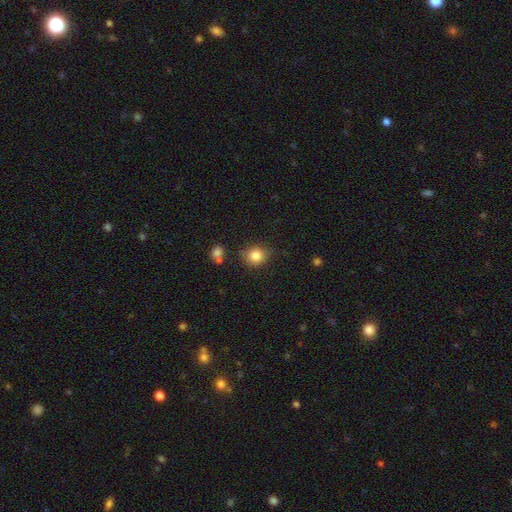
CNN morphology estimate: A smooth galaxy with no disk features (83%) that is round (81%).

Vote fractions:
- Smooth or featured? smooth: 83% / star or artifact: 11% / featured or disk: 6%
- How rounded? round: 81% / in between: 18% / cigar-shaped: 1%
- Merging? none: 78% / minor disturbance: 14% / merger: 5% / major disturbance: 3%